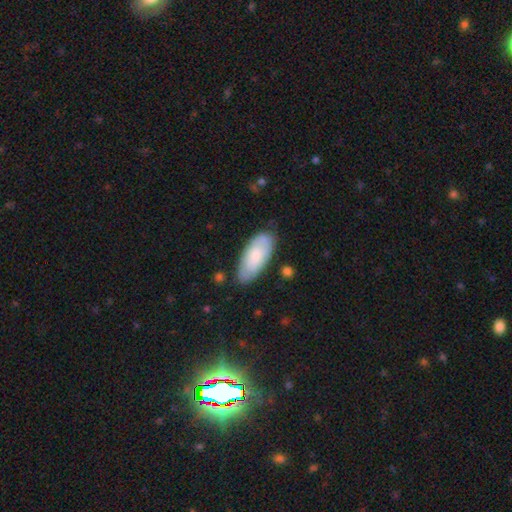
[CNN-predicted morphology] smooth-or-featured: smooth: 70% | featured or disk: 24% | star or artifact: 5%
  how-rounded: in between: 86% | cigar-shaped: 12% | round: 2%
  merging: none: 77% | minor disturbance: 17% | major disturbance: 3% | merger: 2%